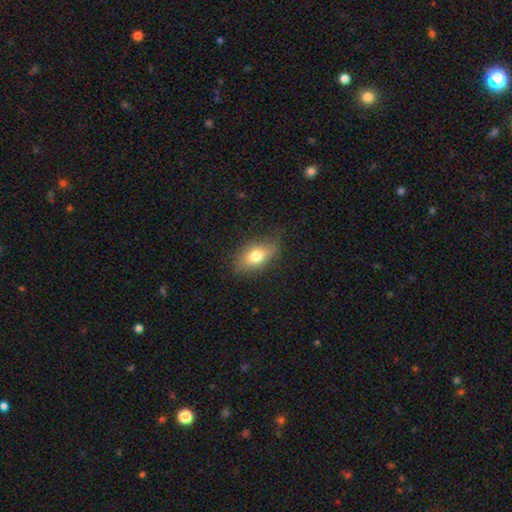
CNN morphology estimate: A smooth galaxy with no disk features (75%) that is in between round and cigar-shaped (86%).

Vote fractions:
- Smooth or featured? smooth: 75% / featured or disk: 17% / star or artifact: 8%
- How rounded? in between: 86% / round: 9% / cigar-shaped: 4%
- Merging? none: 73% / minor disturbance: 20% / major disturbance: 5% / merger: 1%